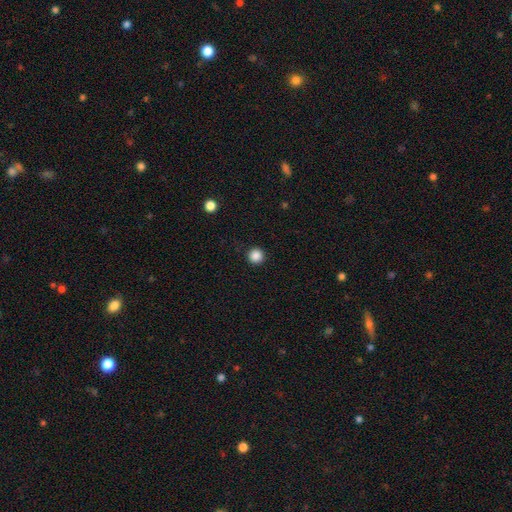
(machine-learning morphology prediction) Smooth or featured? Predicted: smooth (p=0.87). How rounded? Predicted: round (p=0.96). Merging? Predicted: none (p=0.93).